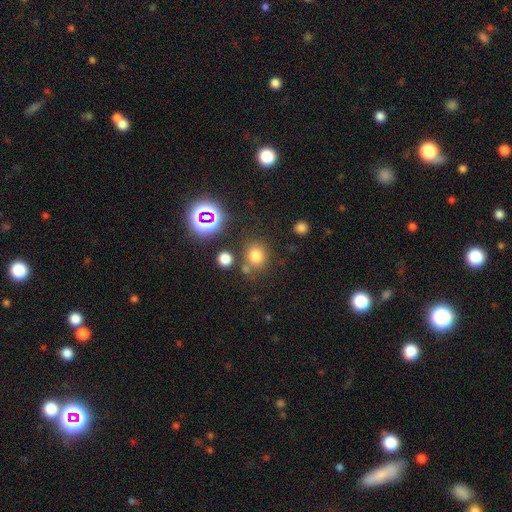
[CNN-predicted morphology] Smooth or featured?
  - smooth: 73% *
  - star or artifact: 20%
  - featured or disk: 7%
How rounded?
  - round: 81% *
  - in between: 18%
  - cigar-shaped: 1%
Merging?
  - none: 73% *
  - merger: 12%
  - minor disturbance: 11%
  - major disturbance: 4%